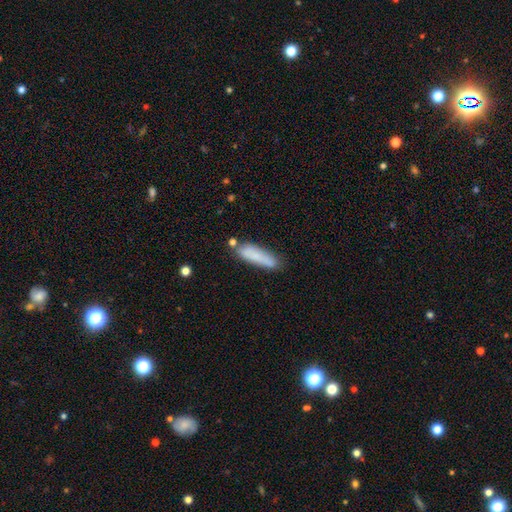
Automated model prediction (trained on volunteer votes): Overall: smooth (78%). How rounded: cigar-shaped (69%; in between 30%). Merging: none (66%).